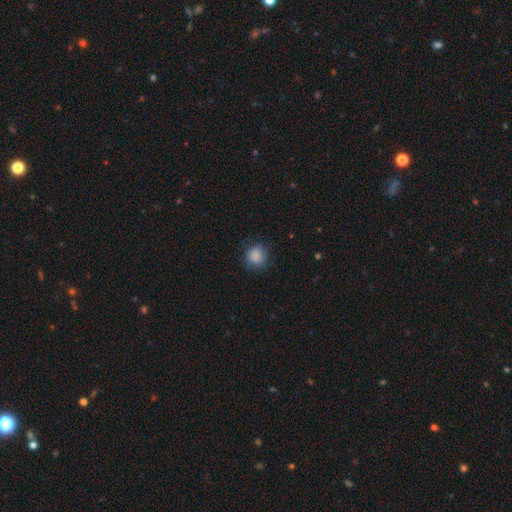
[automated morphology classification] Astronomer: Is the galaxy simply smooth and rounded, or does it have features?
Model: smooth — 85%.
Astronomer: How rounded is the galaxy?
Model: round — 80%.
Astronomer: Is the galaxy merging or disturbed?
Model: none — 74%.